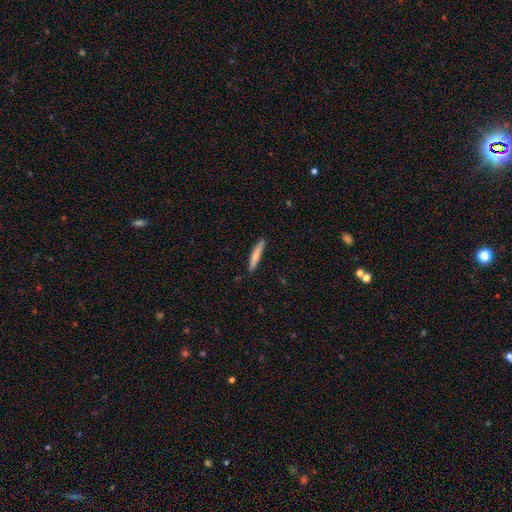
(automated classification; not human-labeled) A smooth galaxy with no disk features (74%) that is cigar-shaped (92%). Merging: none (85%).